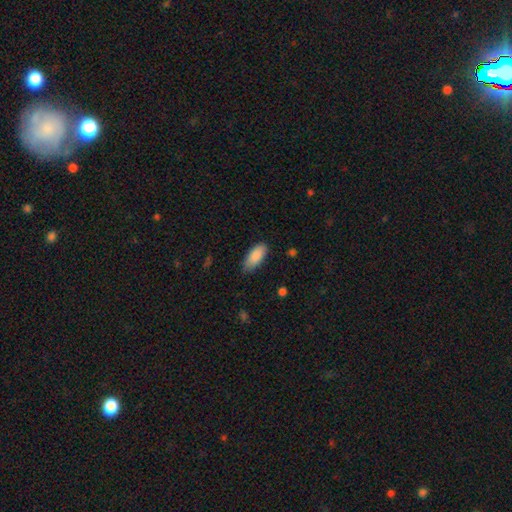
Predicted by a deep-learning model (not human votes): Smooth or featured? smooth (87%)
How rounded? in between (88%)
Merging? none (76%)